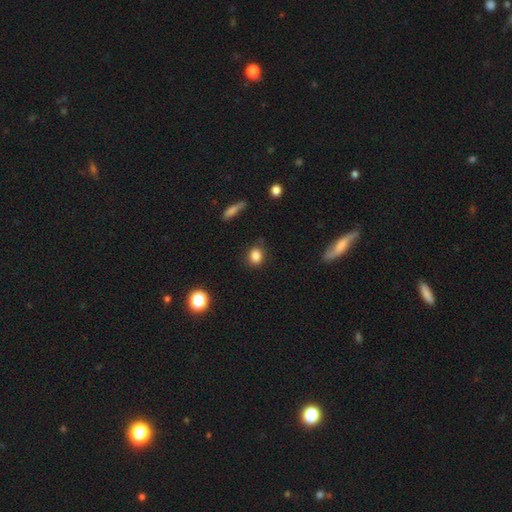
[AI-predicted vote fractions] A smooth galaxy with no disk features (84%) that is round (49%, tied with in between). Merging: none (80%).